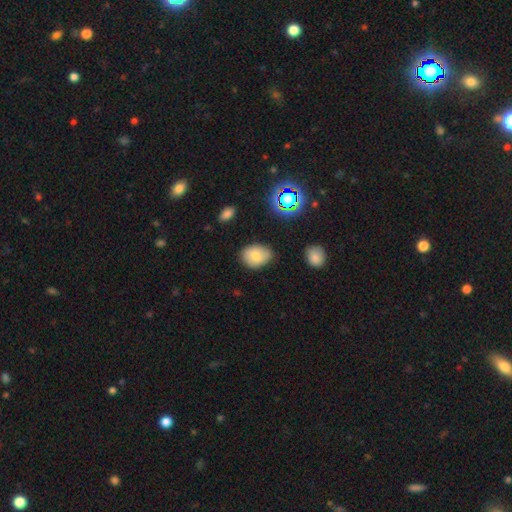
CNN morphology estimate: Smooth or featured? Predicted: smooth (p=0.74). How rounded? Predicted: in between (p=0.68). Merging? Predicted: none (p=0.76).